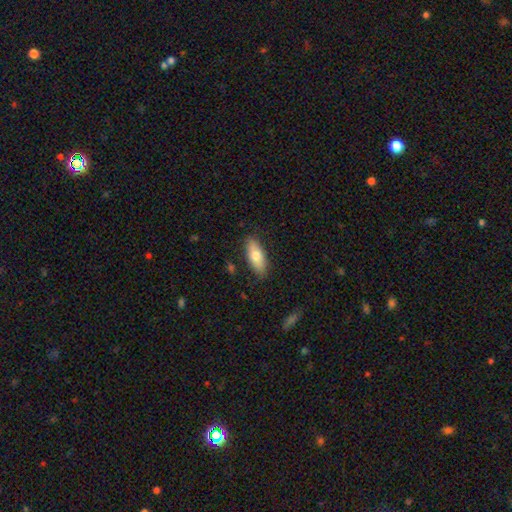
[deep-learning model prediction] smooth-or-featured: smooth: 72% | featured or disk: 22% | star or artifact: 6%
  how-rounded: in between: 76% | cigar-shaped: 21% | round: 3%
  merging: none: 85% | minor disturbance: 12% | major disturbance: 2% | merger: 1%